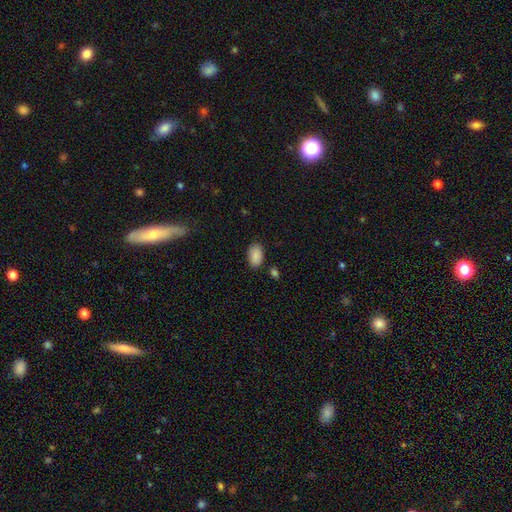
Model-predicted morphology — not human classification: This appears to be a smooth galaxy with no disk features (89%) that is in between round and cigar-shaped (92%). Merging: none (83%).